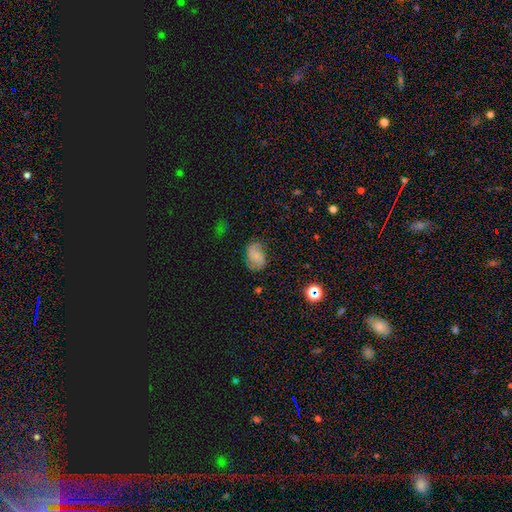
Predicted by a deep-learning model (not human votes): This is possibly a smooth galaxy (46%). Merging: likely none (64%).